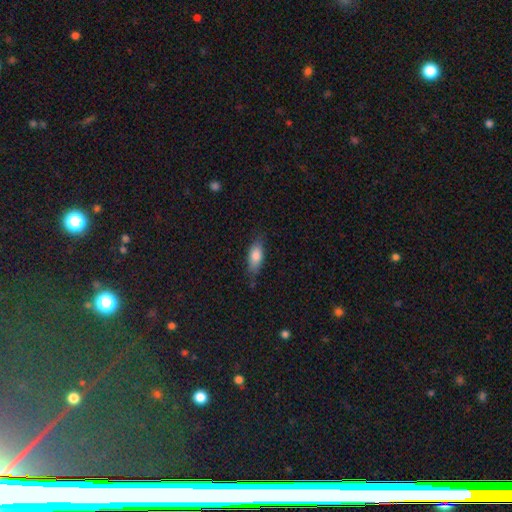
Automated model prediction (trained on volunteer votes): smooth_or_featured: smooth (p=0.81) [alt: featured or disk p=0.11]
how_rounded: in between (p=0.81) [alt: cigar-shaped p=0.16]
merging: none (p=0.74) [alt: minor disturbance p=0.20]